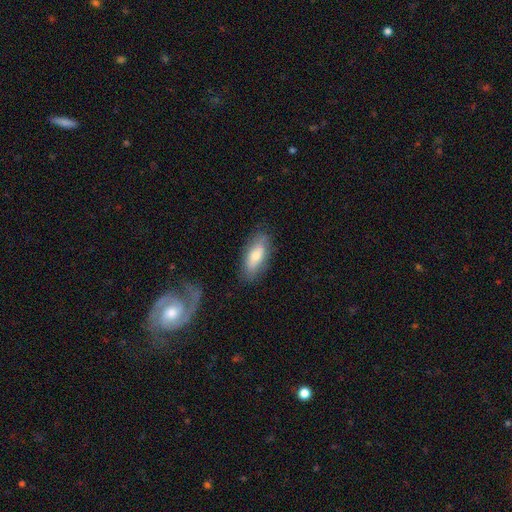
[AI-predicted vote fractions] The model was most divided on "smooth or featured": smooth: 66%, featured or disk: 28%, star or artifact: 7%. More confident: merging — none (79%); how rounded — in between (75%).